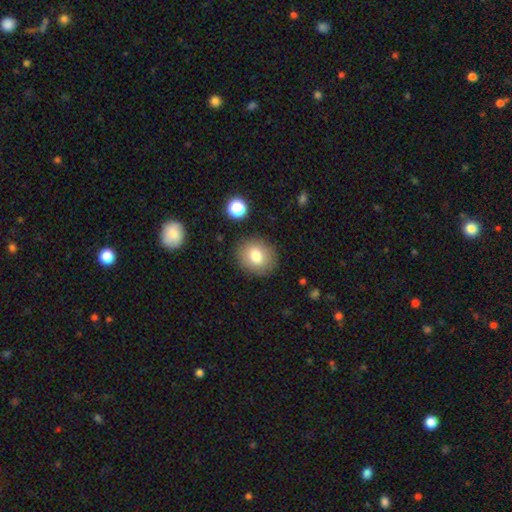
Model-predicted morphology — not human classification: This appears to be a smooth galaxy with no disk features (78%) that is round (71%). Merging: none (86%).